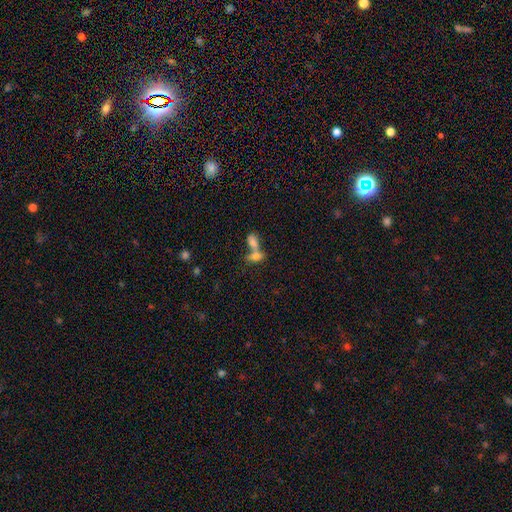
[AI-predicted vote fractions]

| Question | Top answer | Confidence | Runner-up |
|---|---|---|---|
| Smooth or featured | smooth | 73% | featured or disk (16%) |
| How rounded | in between | 78% | cigar-shaped (12%) |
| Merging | merger | 66% | none (23%) |